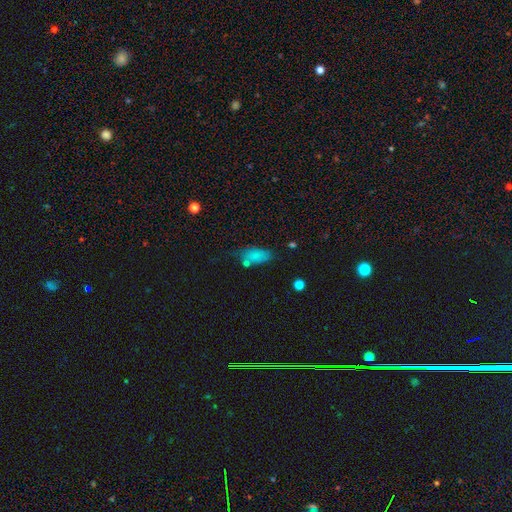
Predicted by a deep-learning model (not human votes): Overall: smooth (81%). How rounded: in between (89%). Merging: none (59%; minor disturbance 24%).